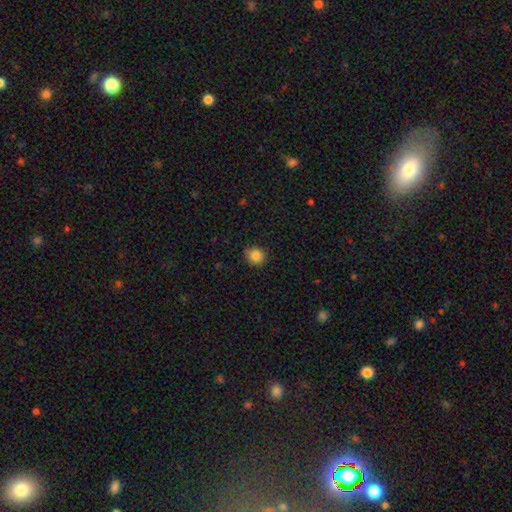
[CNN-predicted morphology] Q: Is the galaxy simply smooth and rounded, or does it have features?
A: smooth — 84%.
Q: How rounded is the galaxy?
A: round — 80%.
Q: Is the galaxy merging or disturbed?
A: none — 84%.